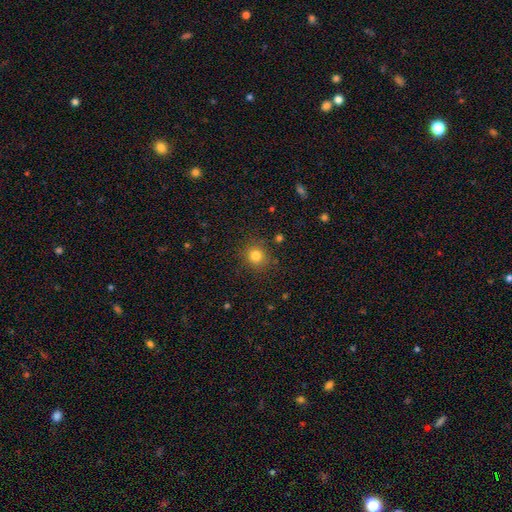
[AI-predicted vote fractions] Overall: smooth (80%). How rounded: round (87%). Merging: none (87%).